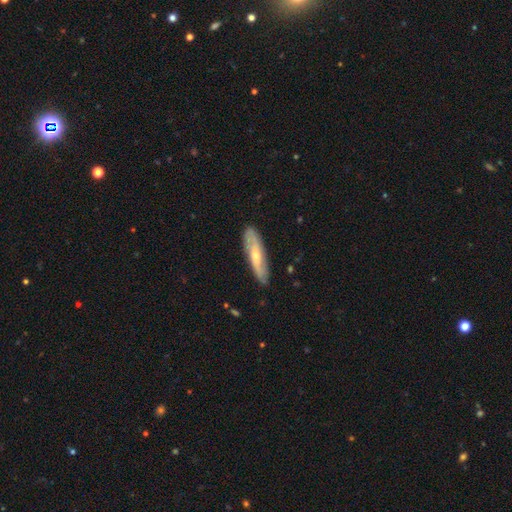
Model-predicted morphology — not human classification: Smooth or featured?
  - featured or disk: 55% *
  - smooth: 39%
  - star or artifact: 6%
Edge-on disk?
  - no: 58% *
  - yes: 42%
Merging?
  - none: 86% *
  - minor disturbance: 11%
  - major disturbance: 2%
  - merger: 1%